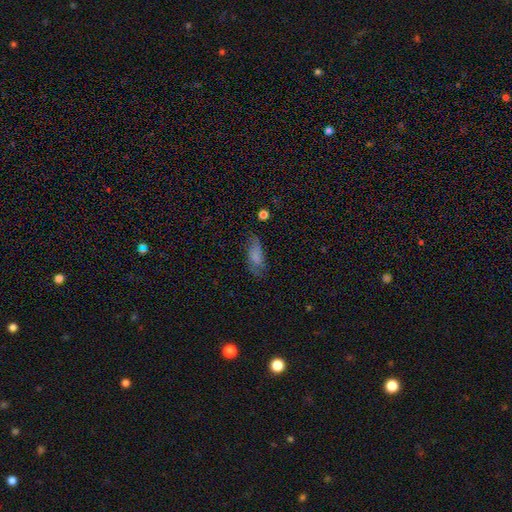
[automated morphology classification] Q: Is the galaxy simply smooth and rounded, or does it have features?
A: smooth — 68%.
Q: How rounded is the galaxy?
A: in between — 86%.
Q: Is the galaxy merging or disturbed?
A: none — 61%.